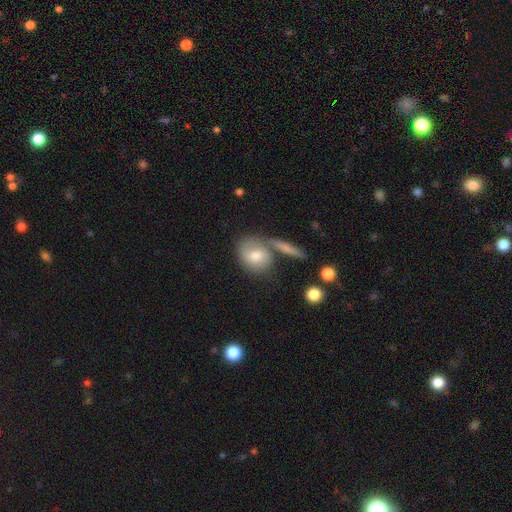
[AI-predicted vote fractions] Morphology: type=smooth (65%); roundness=round (56%); merging=none (52%).